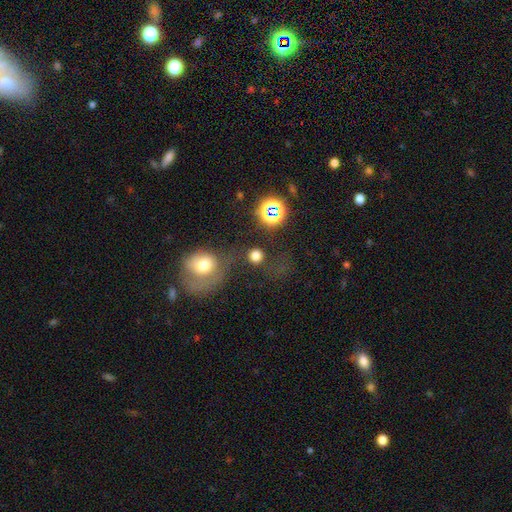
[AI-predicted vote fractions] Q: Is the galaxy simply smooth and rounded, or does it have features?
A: smooth — 74%.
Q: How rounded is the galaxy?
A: round — 86%.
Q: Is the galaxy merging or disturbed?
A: none — 64%.